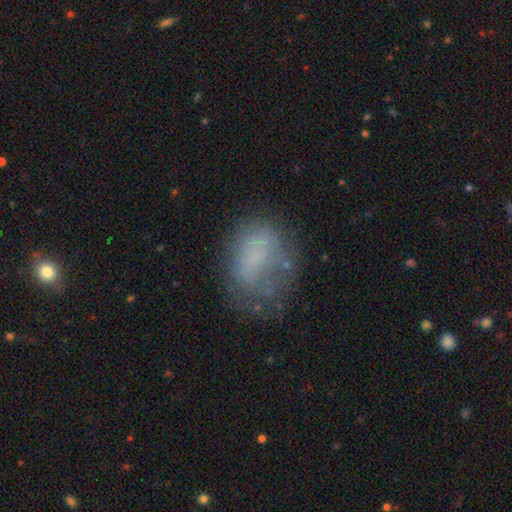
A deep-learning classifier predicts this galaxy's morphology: smooth 55%, featured or disk 32%, star or artifact 14%. Down the decision tree: how rounded — in between (66%); merging — none (47%).